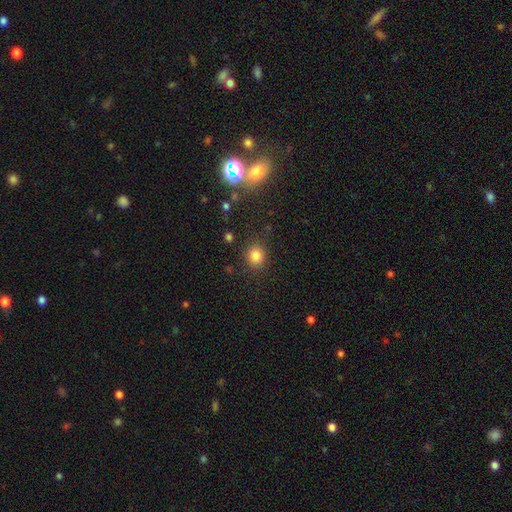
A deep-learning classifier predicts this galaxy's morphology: Overall: smooth (82%). How rounded: round (71%). Merging: none (83%).